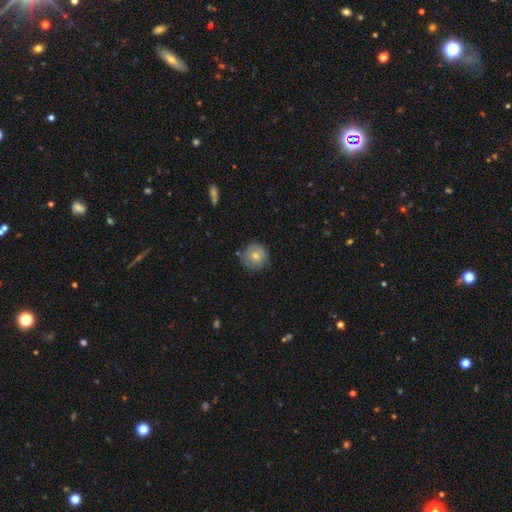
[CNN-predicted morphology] Q: Smooth or featured?
A: smooth (68%); runner-up: featured or disk (24%)
Q: How rounded?
A: round (91%); runner-up: in between (8%)
Q: Merging?
A: none (71%); runner-up: minor disturbance (22%)